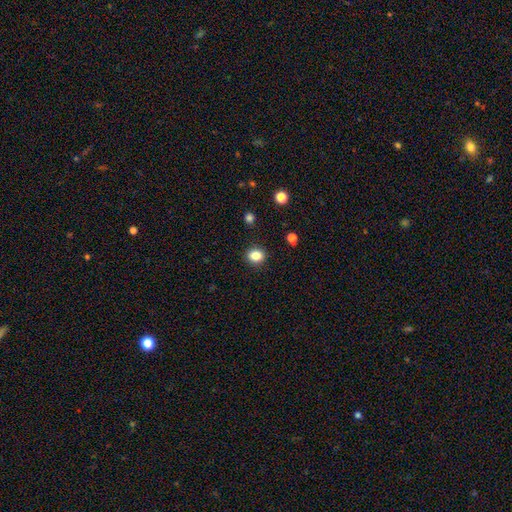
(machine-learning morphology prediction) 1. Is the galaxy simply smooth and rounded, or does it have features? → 84% smooth, 11% star or artifact, 5% featured or disk.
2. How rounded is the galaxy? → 63% round, 36% in between, 1% cigar-shaped.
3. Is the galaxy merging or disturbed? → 90% none, 7% minor disturbance, 2% major disturbance, 1% merger.